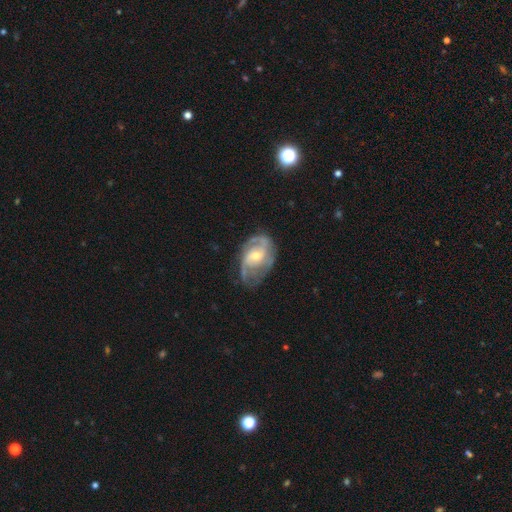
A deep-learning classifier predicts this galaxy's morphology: This is clearly a featured or disk galaxy (84%). It is clearly not viewed edge-on (97%). Bar: possibly no (52%). Spiral arm pattern: clearly yes (93%). Spiral arm count: possibly 2 (59%). Spiral winding: possibly medium (45%). Central bulge: possibly moderate (55%). Merging: possibly none (58%).